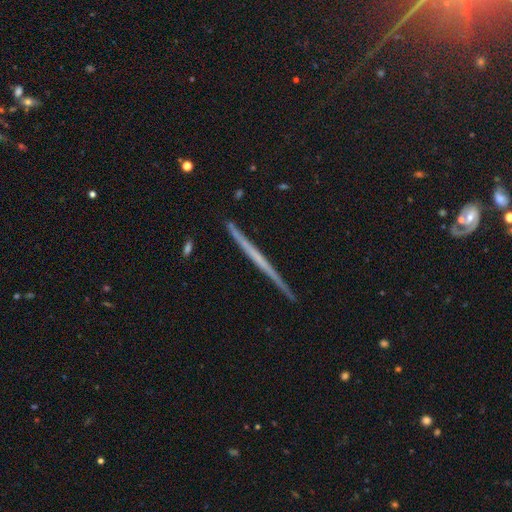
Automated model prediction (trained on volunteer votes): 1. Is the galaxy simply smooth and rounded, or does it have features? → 64% featured or disk, 29% smooth, 7% star or artifact.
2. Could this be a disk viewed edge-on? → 98% yes, 2% no.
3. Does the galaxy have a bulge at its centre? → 88% none, 8% rounded, 4% boxy.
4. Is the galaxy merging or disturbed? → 91% none, 6% minor disturbance, 1% major disturbance, 1% merger.